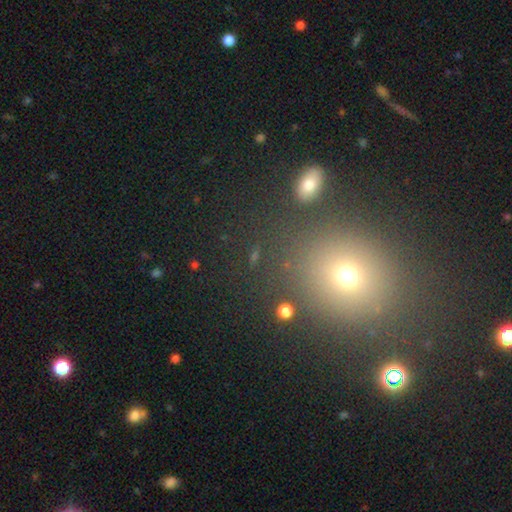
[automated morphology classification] A smooth galaxy with no disk features (53%) that is round (64%). Merging: none (79%).